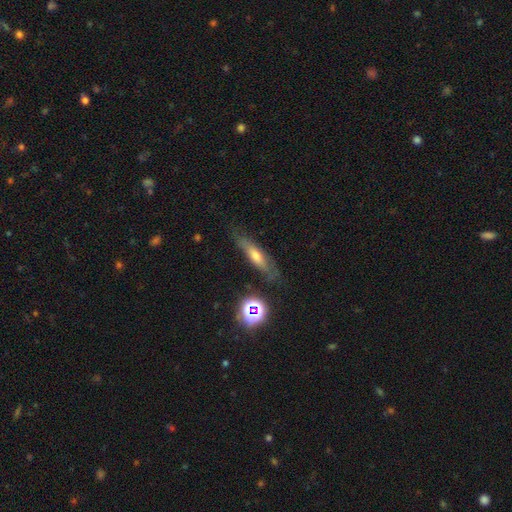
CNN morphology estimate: The model was most divided on "smooth or featured": smooth: 46%, featured or disk: 41%, star or artifact: 13%. More confident: merging — none (74%).